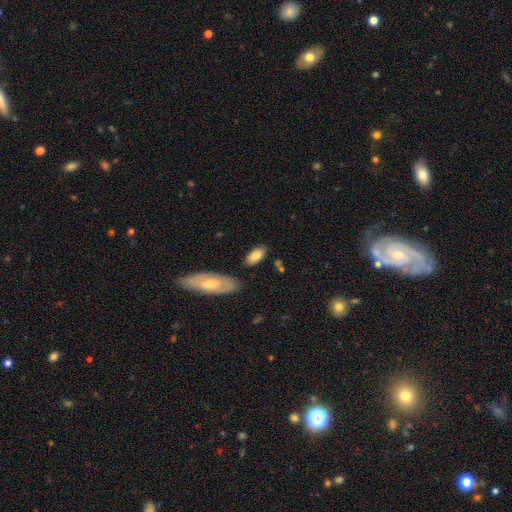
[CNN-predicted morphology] The model was most divided on "merging": none: 78%, minor disturbance: 13%, merger: 5%, major disturbance: 3%. More confident: how rounded — in between (88%); smooth or featured — smooth (82%).